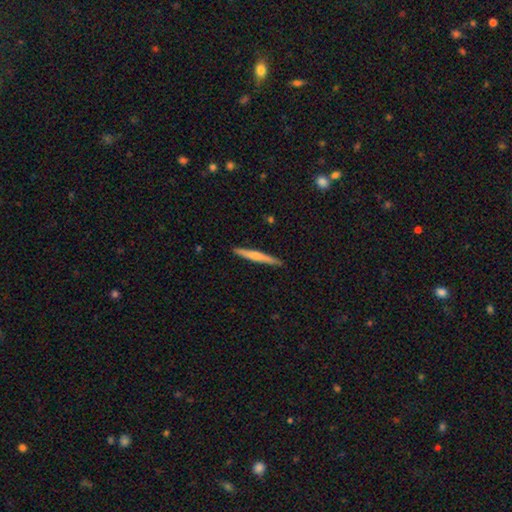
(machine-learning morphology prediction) smooth 54%, featured or disk 41%, star or artifact 5%. Down the decision tree: how rounded — cigar-shaped (96%); merging — none (91%).